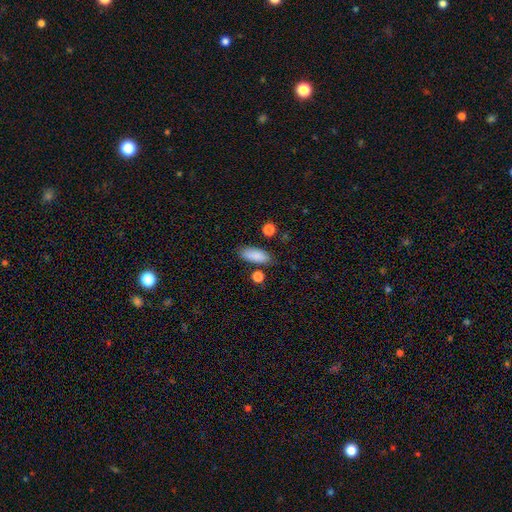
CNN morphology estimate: smooth-or-featured: smooth: 88% | star or artifact: 7% | featured or disk: 5%
  how-rounded: in between: 77% | cigar-shaped: 19% | round: 3%
  merging: none: 79% | minor disturbance: 12% | merger: 5% | major disturbance: 3%